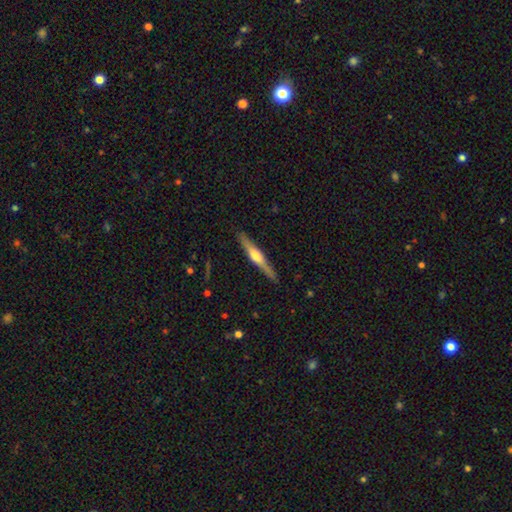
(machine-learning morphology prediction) Smooth or featured? featured or disk (70%)
Edge-on disk? yes (98%)
Edge-on bulge? rounded (88%)
Merging? none (89%)